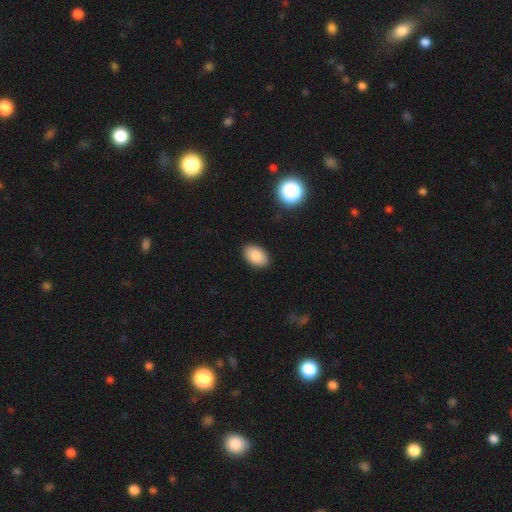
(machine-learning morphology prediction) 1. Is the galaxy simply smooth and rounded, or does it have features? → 87% smooth, 8% star or artifact, 5% featured or disk.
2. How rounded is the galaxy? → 92% in between, 7% round, 1% cigar-shaped.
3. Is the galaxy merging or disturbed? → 89% none, 8% minor disturbance, 2% major disturbance, 1% merger.